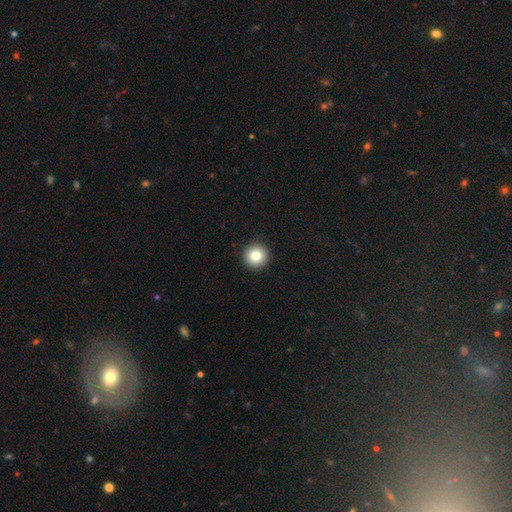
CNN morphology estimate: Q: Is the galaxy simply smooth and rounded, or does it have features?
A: smooth — 83%.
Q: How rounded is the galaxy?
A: round — 96%.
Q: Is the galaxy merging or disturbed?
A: none — 93%.